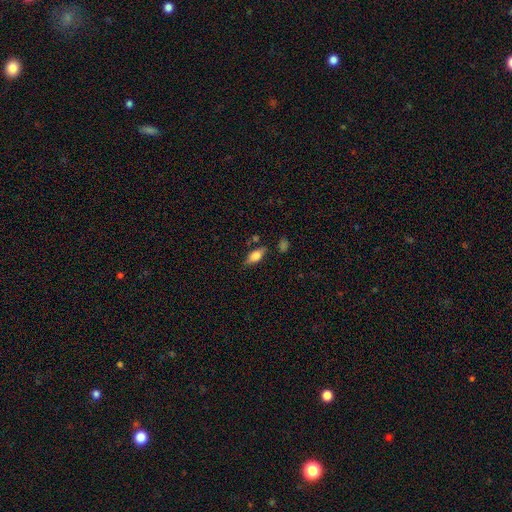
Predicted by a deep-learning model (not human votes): Q: Smooth or featured?
A: smooth (65%); runner-up: featured or disk (27%)
Q: How rounded?
A: in between (79%); runner-up: cigar-shaped (17%)
Q: Merging?
A: none (74%); runner-up: minor disturbance (17%)